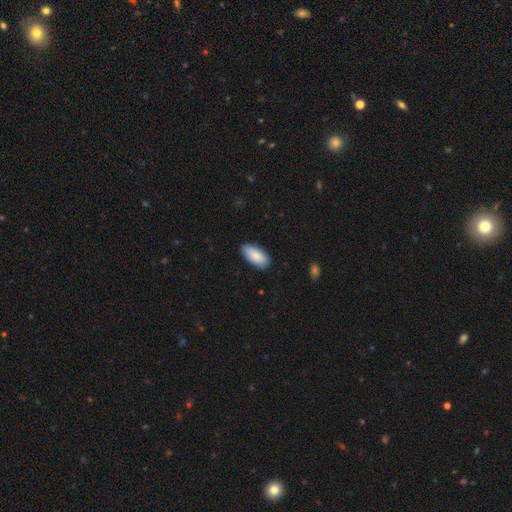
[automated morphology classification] A smooth galaxy with no disk features (88%) that is in between round and cigar-shaped (91%). Merging: none (86%).